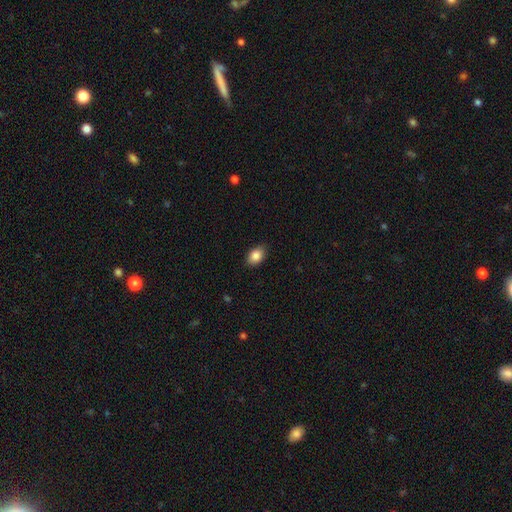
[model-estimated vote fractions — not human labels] Overall: smooth (86%). How rounded: in between (83%). Merging: none (85%).